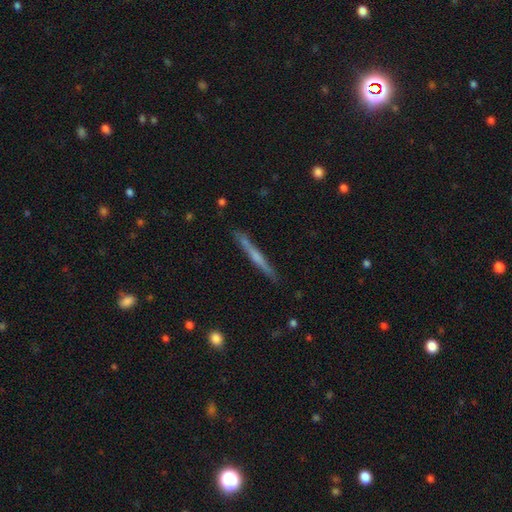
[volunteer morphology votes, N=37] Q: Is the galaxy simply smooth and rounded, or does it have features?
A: featured or disk — 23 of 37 (62%).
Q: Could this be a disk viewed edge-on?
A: yes — 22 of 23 (96%).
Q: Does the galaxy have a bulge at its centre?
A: none — 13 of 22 (59%).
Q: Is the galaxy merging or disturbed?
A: none — 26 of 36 (72%).